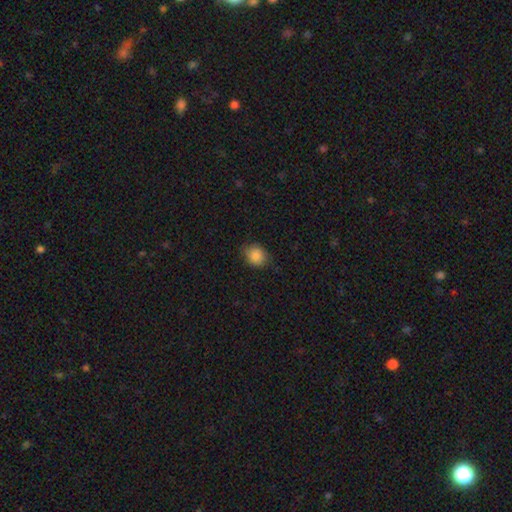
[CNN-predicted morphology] Q: Smooth or featured?
A: smooth (86%); runner-up: star or artifact (9%)
Q: How rounded?
A: round (66%); runner-up: in between (33%)
Q: Merging?
A: none (79%); runner-up: minor disturbance (17%)